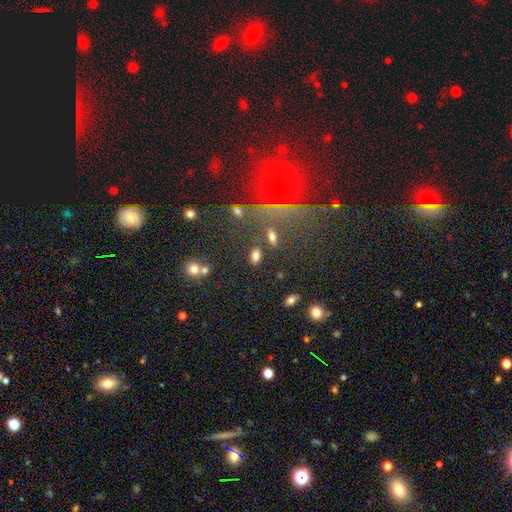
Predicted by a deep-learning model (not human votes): A smooth galaxy with no disk features (76%) that is in between round and cigar-shaped (86%).

Vote fractions:
- Smooth or featured? smooth: 76% / star or artifact: 14% / featured or disk: 10%
- How rounded? in between: 86% / round: 9% / cigar-shaped: 5%
- Merging? none: 78% / minor disturbance: 11% / merger: 7% / major disturbance: 4%